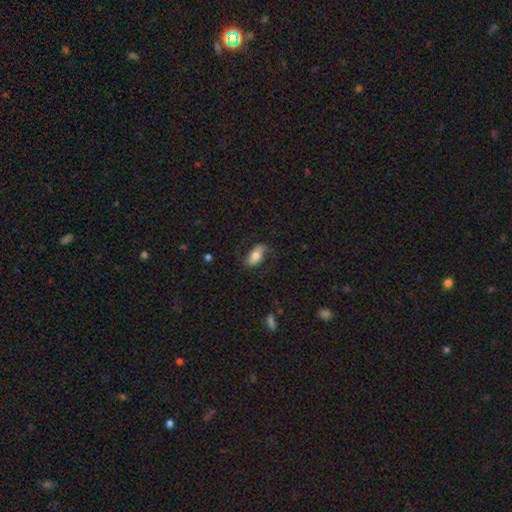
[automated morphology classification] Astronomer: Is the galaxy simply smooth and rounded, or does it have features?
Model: smooth — 62%.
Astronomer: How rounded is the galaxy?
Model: in between — 85%.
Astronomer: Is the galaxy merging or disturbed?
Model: none — 71%.